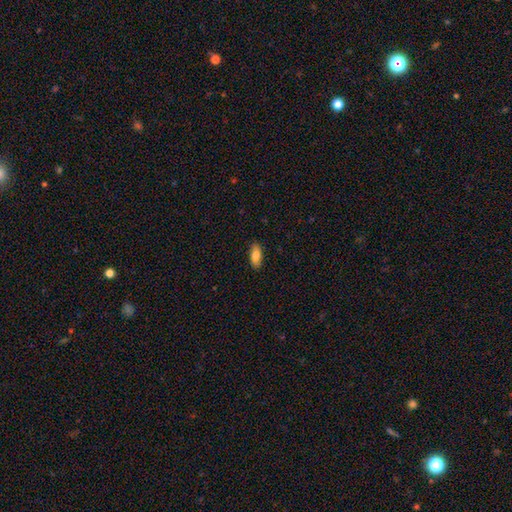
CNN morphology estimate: This appears to be a smooth galaxy with no disk features (81%) that is in between round and cigar-shaped (82%). Merging: none (86%).